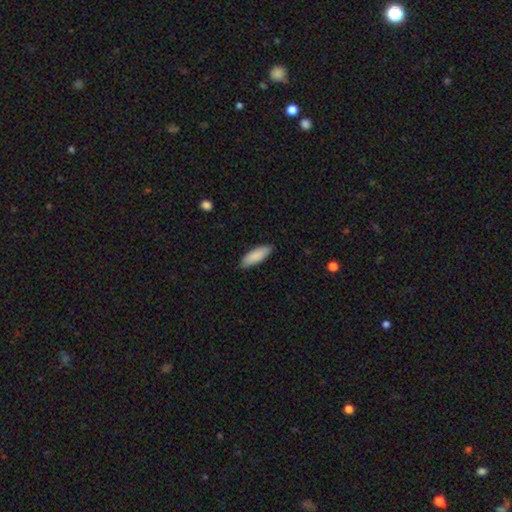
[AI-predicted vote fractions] smooth_or_featured: smooth (p=0.88) [alt: featured or disk p=0.06]
how_rounded: in between (p=0.63) [alt: cigar-shaped p=0.35]
merging: none (p=0.87) [alt: minor disturbance p=0.10]